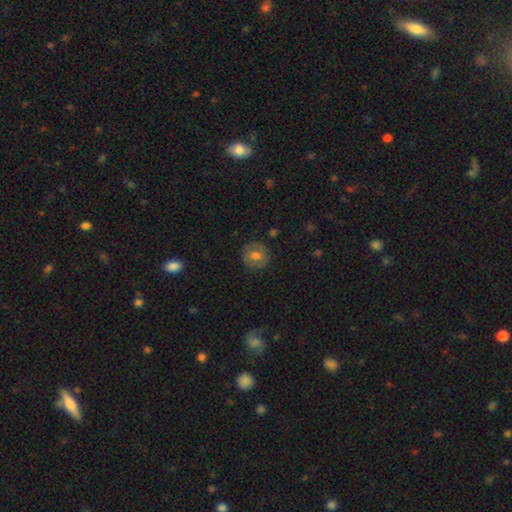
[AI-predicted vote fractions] Smooth or featured?
  - smooth: 65% *
  - featured or disk: 26%
  - star or artifact: 9%
How rounded?
  - round: 82% *
  - in between: 17%
  - cigar-shaped: 1%
Merging?
  - none: 80% *
  - minor disturbance: 14%
  - major disturbance: 5%
  - merger: 1%